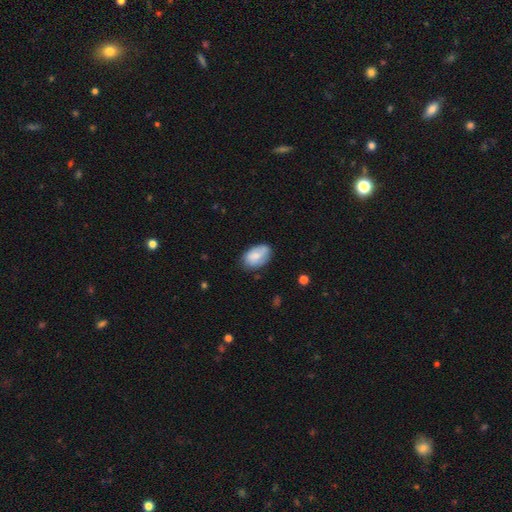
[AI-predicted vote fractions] Smooth or featured? smooth (74%)
How rounded? in between (90%)
Merging? none (67%)